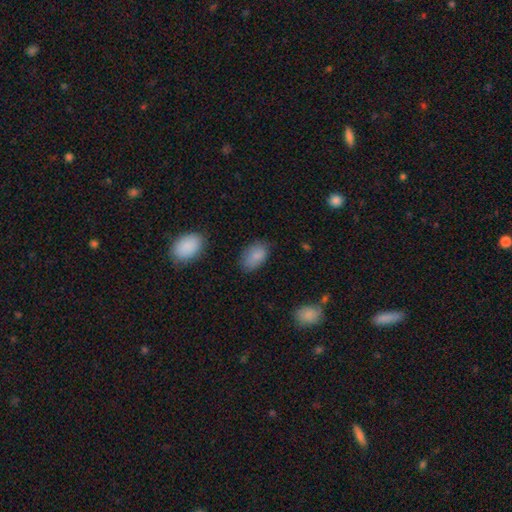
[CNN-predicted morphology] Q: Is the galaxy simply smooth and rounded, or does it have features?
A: smooth — 84%.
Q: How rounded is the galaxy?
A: in between — 91%.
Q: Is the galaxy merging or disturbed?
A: none — 71%.